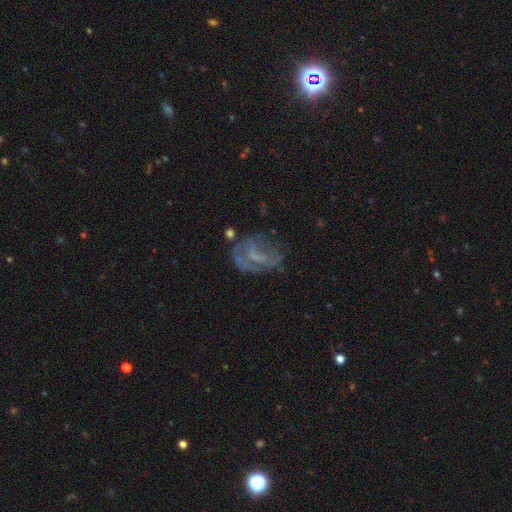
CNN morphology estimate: This is possibly a featured or disk galaxy (58%). It is clearly not viewed edge-on (96%). Bar: possibly no (56%). Spiral arm pattern: possibly no (58%). Central bulge: likely none (63%). Merging: marginally none (42%).